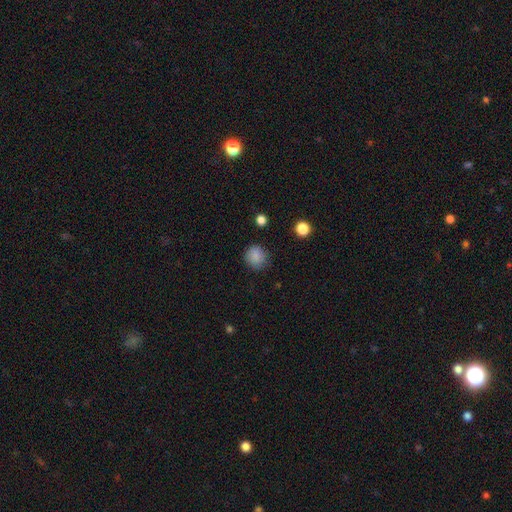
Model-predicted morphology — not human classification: Smooth or featured?
  - smooth: 86% *
  - star or artifact: 10%
  - featured or disk: 4%
How rounded?
  - round: 90% *
  - in between: 9%
  - cigar-shaped: 1%
Merging?
  - none: 85% *
  - minor disturbance: 11%
  - major disturbance: 3%
  - merger: 1%